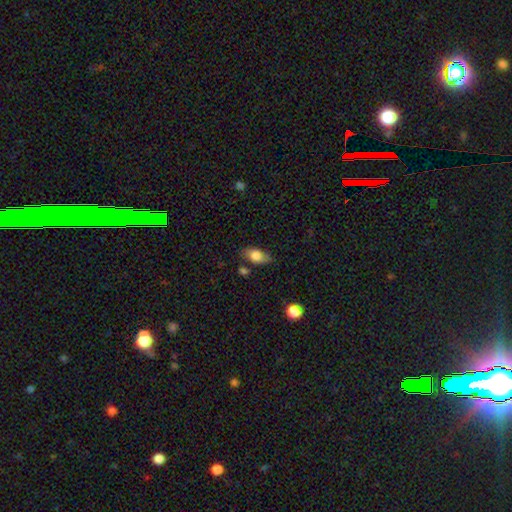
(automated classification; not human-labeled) The model was most divided on "merging": none: 74%, minor disturbance: 18%, merger: 4%, major disturbance: 4%. More confident: how rounded — in between (88%); smooth or featured — smooth (79%).